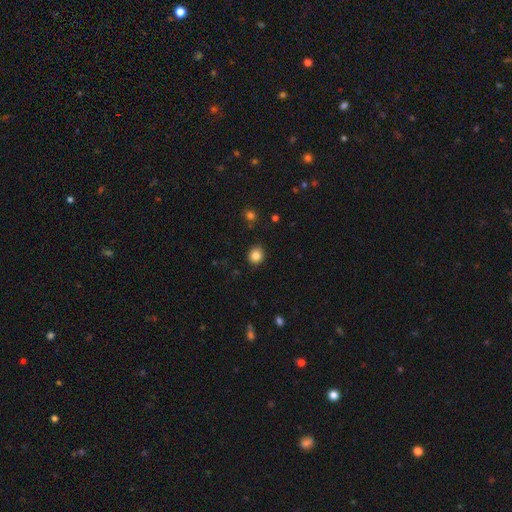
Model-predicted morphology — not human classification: smooth_or_featured: smooth (p=0.84) [alt: star or artifact p=0.11]
how_rounded: round (p=0.79) [alt: in between p=0.20]
merging: none (p=0.88) [alt: minor disturbance p=0.08]